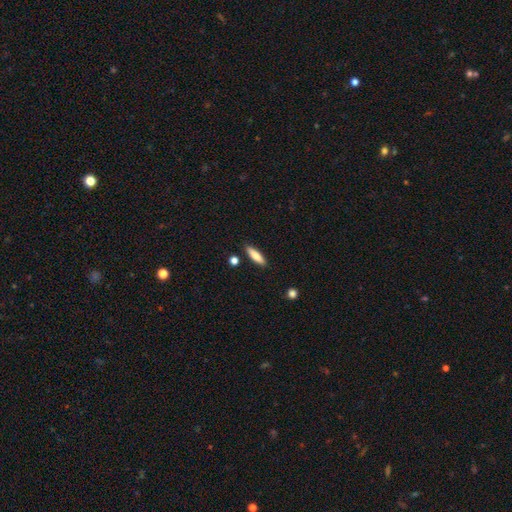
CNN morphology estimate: smooth_or_featured: smooth (p=0.80) [alt: featured or disk p=0.14]
how_rounded: cigar-shaped (p=0.66) [alt: in between p=0.32]
merging: none (p=0.87) [alt: minor disturbance p=0.09]